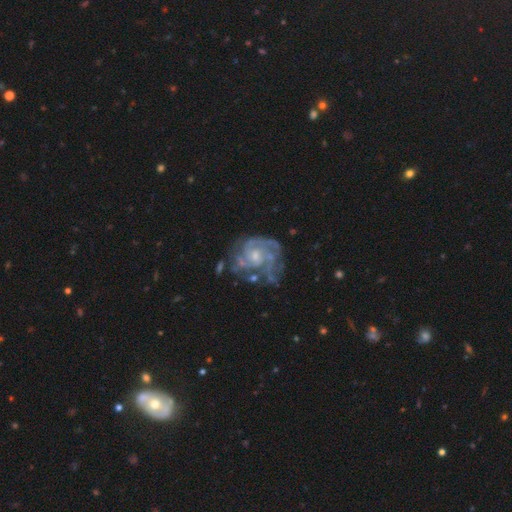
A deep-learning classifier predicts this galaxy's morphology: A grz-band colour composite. It shows a featured or disk galaxy (86%) with no bar (67%), tight (58%) spiral arms (94%) and a small central bulge (55%). Merging: none (54%).